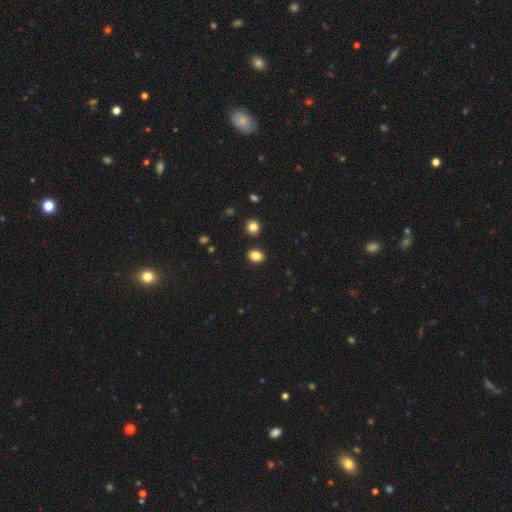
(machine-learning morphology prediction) smooth_or_featured: smooth (p=0.84) [alt: star or artifact p=0.10]
how_rounded: in between (p=0.68) [alt: round p=0.31]
merging: none (p=0.88) [alt: minor disturbance p=0.07]